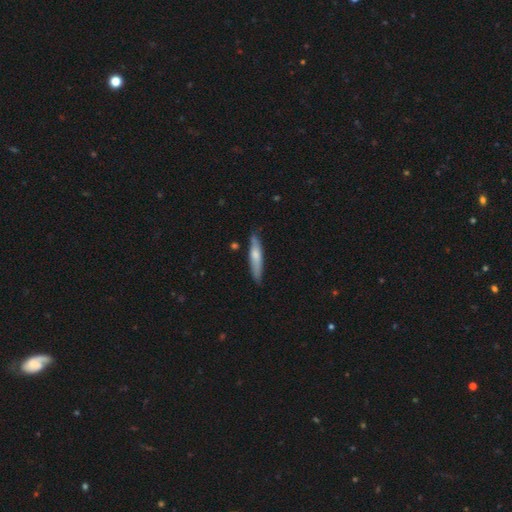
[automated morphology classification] Smooth or featured: smooth — 63% (featured or disk — 32%)
How rounded: cigar-shaped — 85% (in between — 13%)
Merging: none — 80% (minor disturbance — 15%)